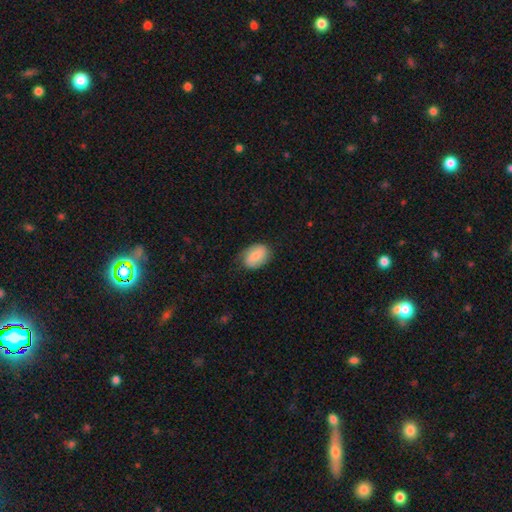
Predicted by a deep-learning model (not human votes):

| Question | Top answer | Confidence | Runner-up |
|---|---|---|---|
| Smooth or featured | smooth | 70% | featured or disk (23%) |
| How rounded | in between | 83% | round (16%) |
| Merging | none | 72% | minor disturbance (21%) |